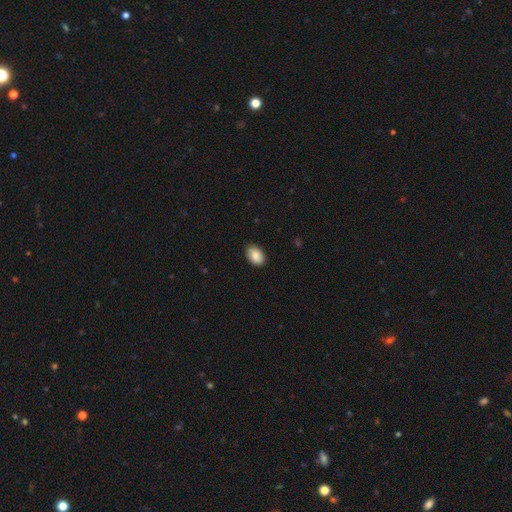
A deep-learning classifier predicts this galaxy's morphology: smooth 88%, star or artifact 7%, featured or disk 5%. Down the decision tree: how rounded — in between (87%); merging — none (87%).